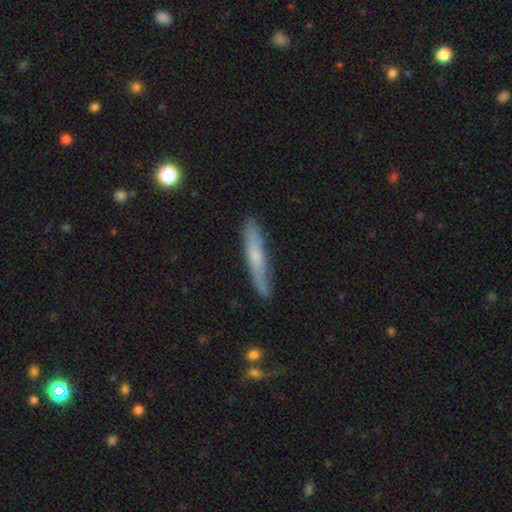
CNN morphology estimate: This appears to be a smooth galaxy with no disk features (52%) that is cigar-shaped (93%). Merging: none (81%).